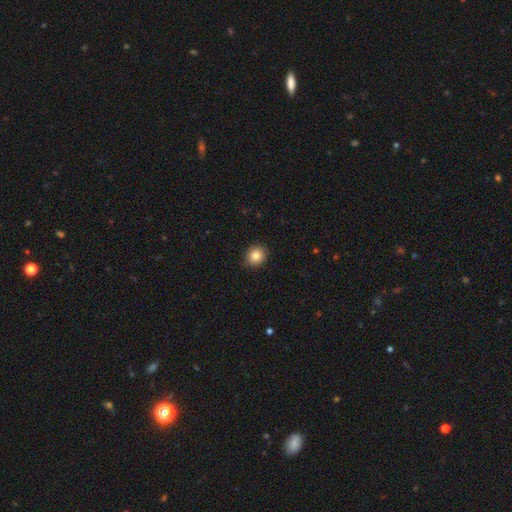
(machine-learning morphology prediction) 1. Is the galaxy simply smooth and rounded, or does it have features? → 84% smooth, 10% star or artifact, 6% featured or disk.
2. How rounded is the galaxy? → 80% round, 19% in between, 1% cigar-shaped.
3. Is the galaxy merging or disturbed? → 88% none, 10% minor disturbance, 2% major disturbance, 1% merger.